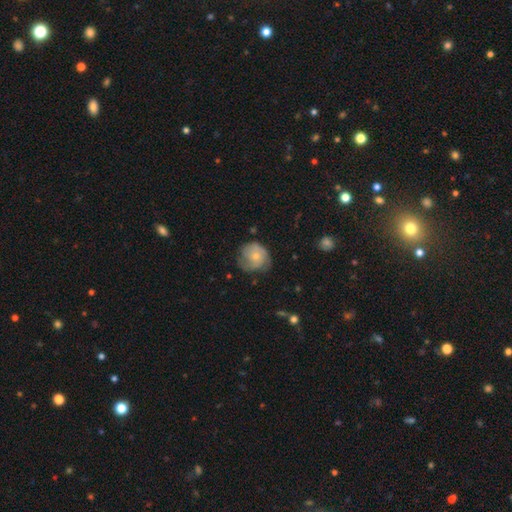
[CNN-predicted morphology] This is possibly a smooth galaxy (49%). Merging: possibly none (56%).